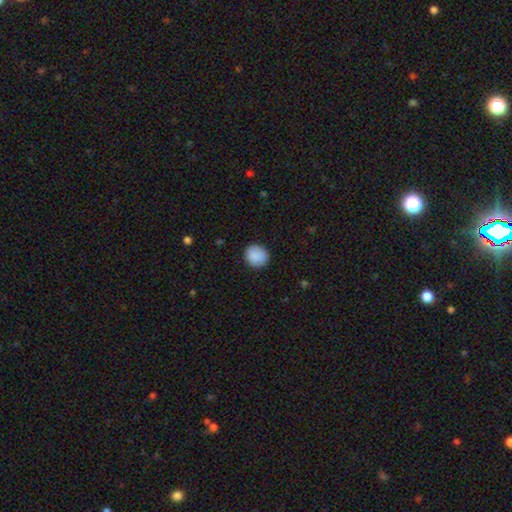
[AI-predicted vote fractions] Smooth or featured: smooth — 89% (star or artifact — 7%)
How rounded: round — 89% (in between — 10%)
Merging: none — 90% (minor disturbance — 7%)